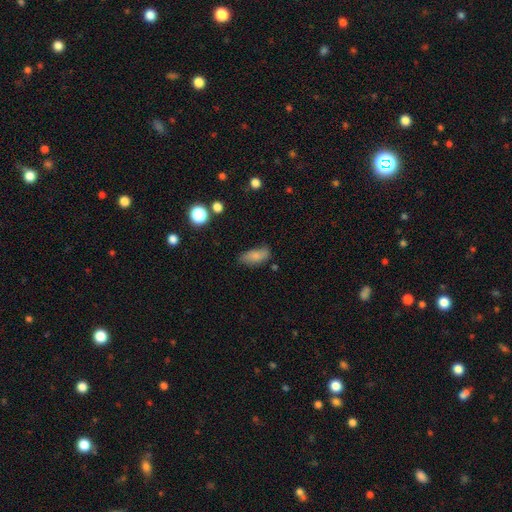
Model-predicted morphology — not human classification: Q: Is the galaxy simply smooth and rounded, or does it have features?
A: smooth — 79%.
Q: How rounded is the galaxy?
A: in between — 85%.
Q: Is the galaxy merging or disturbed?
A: none — 66%.